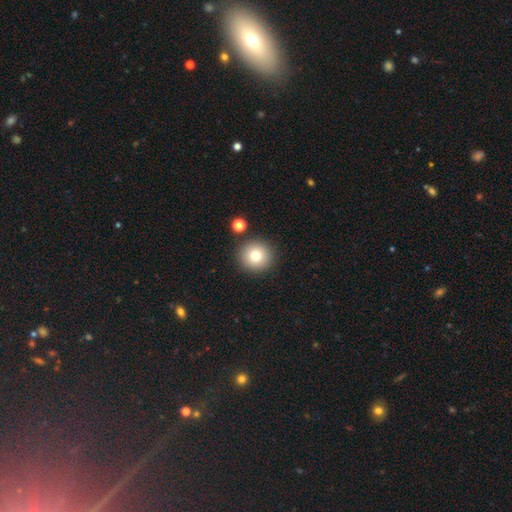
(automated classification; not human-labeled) This appears to be a smooth galaxy with no disk features (77%) that is round (94%). Merging: none (88%).